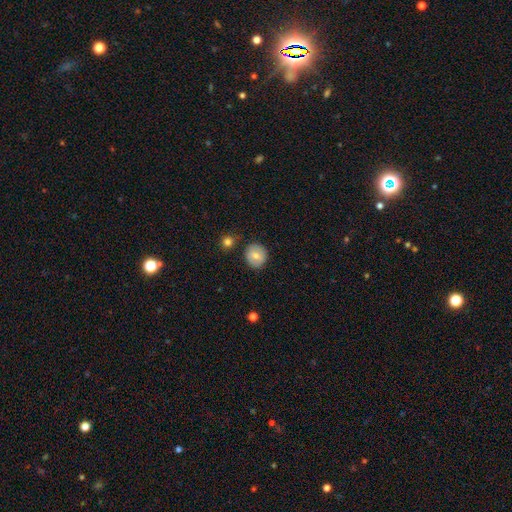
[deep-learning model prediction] A smooth galaxy with no disk features (74%) that is round (84%).

Vote fractions:
- Smooth or featured? smooth: 74% / featured or disk: 18% / star or artifact: 8%
- How rounded? round: 84% / in between: 15% / cigar-shaped: 1%
- Merging? none: 82% / minor disturbance: 11% / merger: 4% / major disturbance: 3%